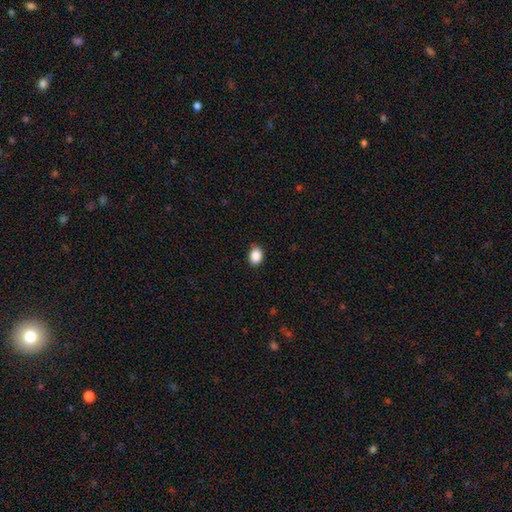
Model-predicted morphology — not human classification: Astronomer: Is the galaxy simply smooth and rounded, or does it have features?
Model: smooth — 89%.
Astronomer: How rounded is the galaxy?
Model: in between — 63%.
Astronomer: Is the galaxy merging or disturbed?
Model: none — 86%.